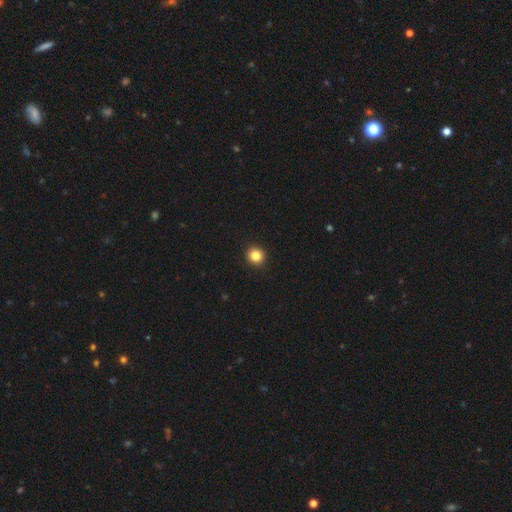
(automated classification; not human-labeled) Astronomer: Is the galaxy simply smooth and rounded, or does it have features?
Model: smooth — 84%.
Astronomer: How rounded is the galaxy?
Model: round — 92%.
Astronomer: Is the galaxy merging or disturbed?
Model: none — 94%.